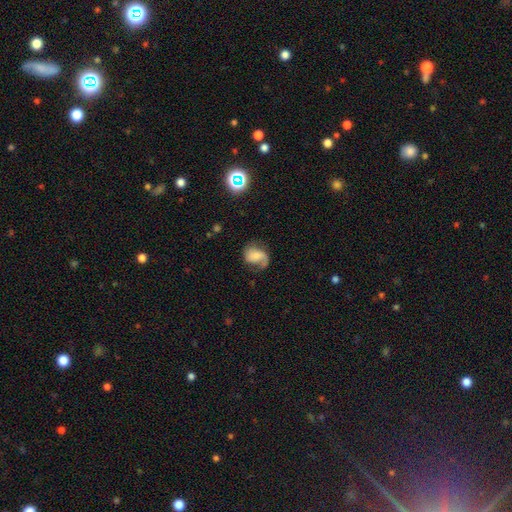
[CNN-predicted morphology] Smooth or featured: featured or disk — 63% (smooth — 28%)
Edge-on disk: no — 98% (yes — 2%)
Bar: no — 58% (weak — 33%)
Spiral arms: yes — 92% (no — 8%)
Spiral winding: medium — 43% (loose — 37%)
Spiral arm count: 2 — 58% (1 — 34%)
Bulge size: small — 39% (moderate — 29%)
Merging: none — 54% (minor disturbance — 24%)